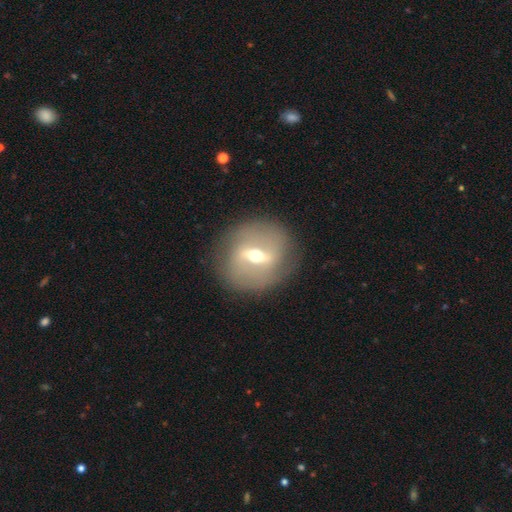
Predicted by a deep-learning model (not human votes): Morphology: type=featured or disk (72%); edge-on=no (87%); bar=strong (55%); spiral arms=no (54%); bulge=moderate (63%); merging=none (85%).